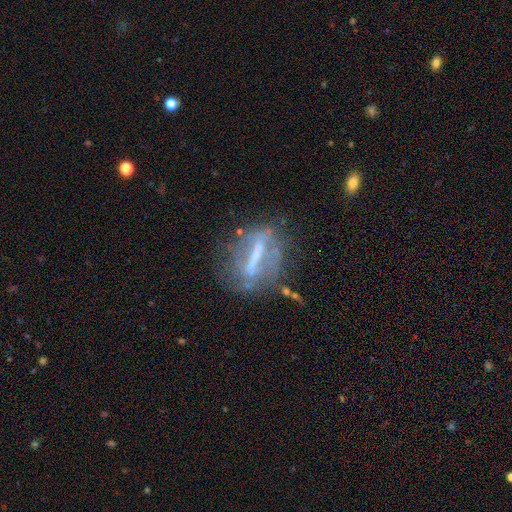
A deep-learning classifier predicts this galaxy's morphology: The model was most divided on "bulge size": none: 41%, small: 29%, moderate: 24%, large: 5%, dominant: 2%. More confident: edge-on disk — no (76%); bar — strong (75%); smooth or featured — featured or disk (68%); spiral arms — no (67%); merging — none (58%).